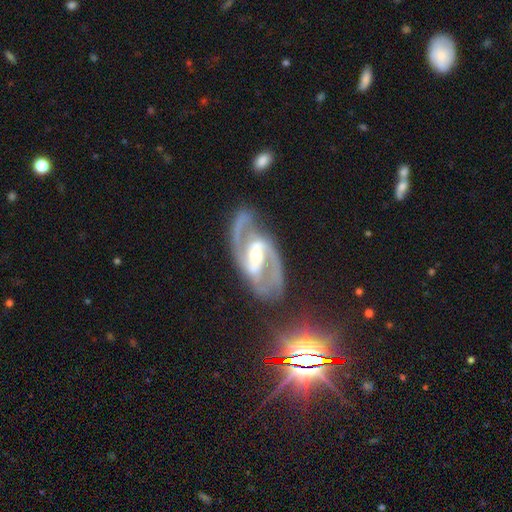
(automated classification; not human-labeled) featured or disk 91%, star or artifact 5%, smooth 3%. Down the decision tree: edge-on disk — no (97%); bar — strong (48%); spiral arms — yes (98%); spiral arm count — 2 (92%); spiral winding — medium (61%); bulge size — moderate (55%); merging — none (73%).